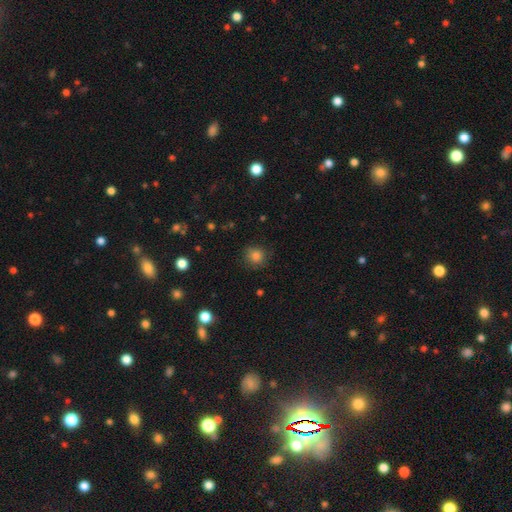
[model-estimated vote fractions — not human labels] A smooth galaxy with no disk features (82%) that is round (88%).

Vote fractions:
- Smooth or featured? smooth: 82% / star or artifact: 12% / featured or disk: 6%
- How rounded? round: 88% / in between: 11% / cigar-shaped: 1%
- Merging? none: 81% / minor disturbance: 14% / major disturbance: 4% / merger: 1%